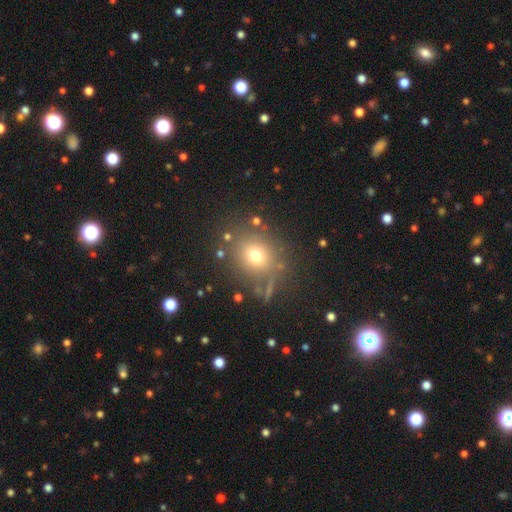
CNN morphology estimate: smooth_or_featured: smooth (p=0.69) [alt: star or artifact p=0.19]
how_rounded: round (p=0.80) [alt: in between p=0.19]
merging: none (p=0.79) [alt: minor disturbance p=0.10]